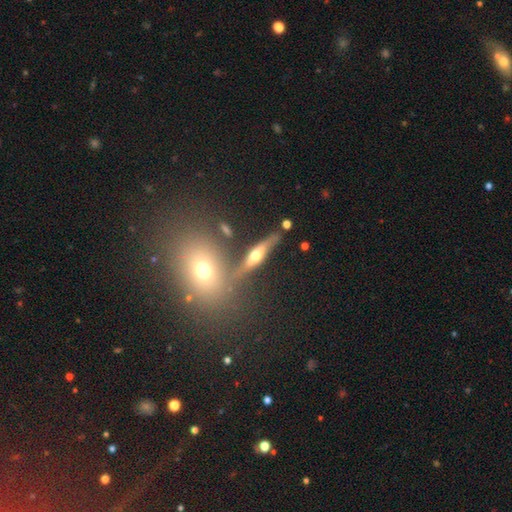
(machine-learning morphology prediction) type=featured or disk (59%); edge-on=yes (75%); merging=none (59%).